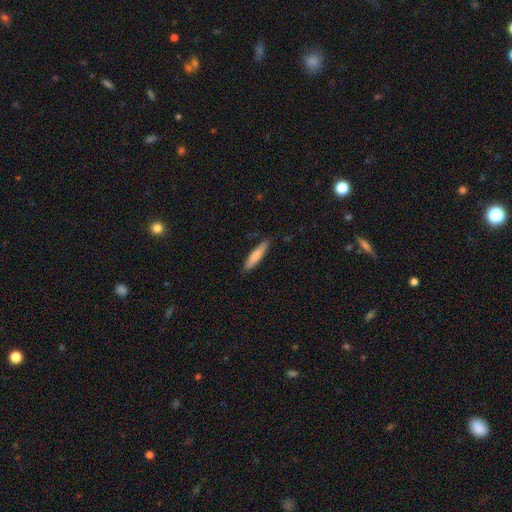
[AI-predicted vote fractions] This is clearly a smooth galaxy (81%). How rounded: likely cigar-shaped (80%). Merging: clearly none (82%).